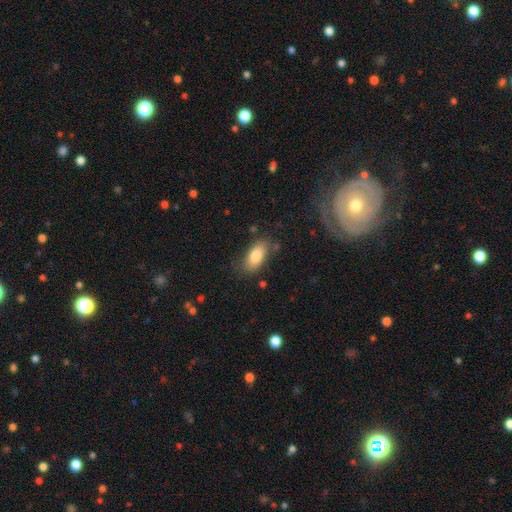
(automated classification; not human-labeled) Smooth or featured? Predicted: smooth (p=0.82). How rounded? Predicted: in between (p=0.89). Merging? Predicted: none (p=0.75).